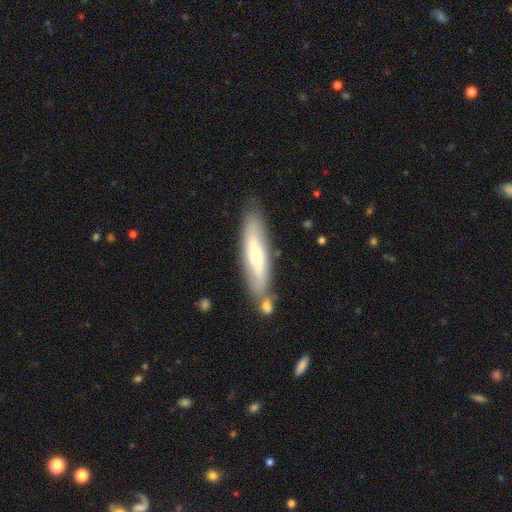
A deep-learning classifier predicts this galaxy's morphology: Q: Smooth or featured?
A: featured or disk (49%); runner-up: smooth (45%)
Q: Merging?
A: none (72%); runner-up: minor disturbance (13%)